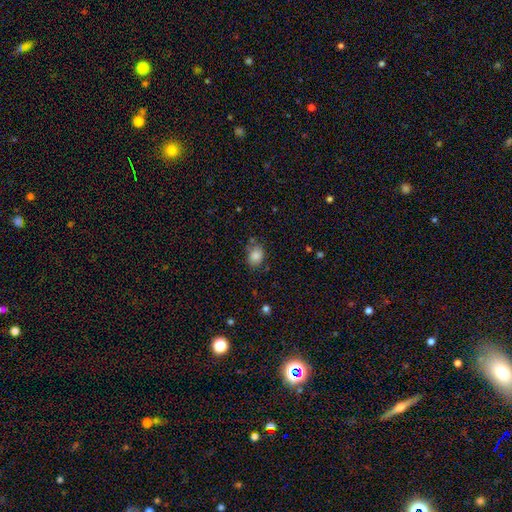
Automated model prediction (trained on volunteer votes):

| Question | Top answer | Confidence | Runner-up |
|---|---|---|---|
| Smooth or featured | smooth | 85% | star or artifact (9%) |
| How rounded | in between | 59% | round (40%) |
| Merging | none | 68% | minor disturbance (20%) |